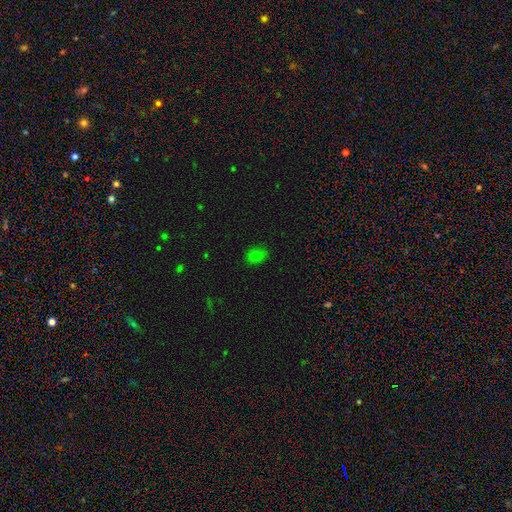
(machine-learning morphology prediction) Q: Smooth or featured?
A: smooth (77%); runner-up: star or artifact (18%)
Q: How rounded?
A: in between (70%); runner-up: round (29%)
Q: Merging?
A: none (80%); runner-up: minor disturbance (15%)